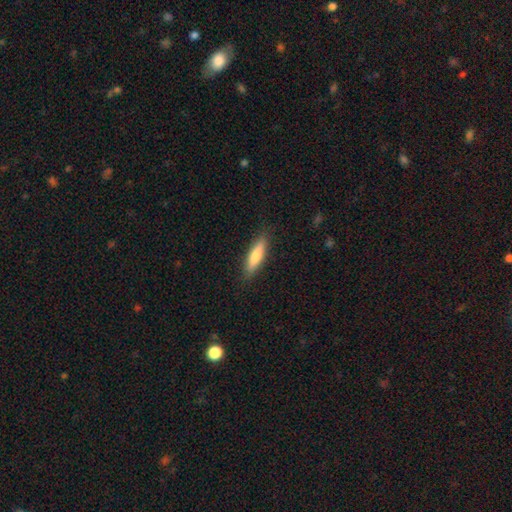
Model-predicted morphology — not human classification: smooth-or-featured: smooth: 73% | featured or disk: 21% | star or artifact: 6%
  how-rounded: cigar-shaped: 73% | in between: 25% | round: 2%
  merging: none: 87% | minor disturbance: 10% | major disturbance: 2% | merger: 1%